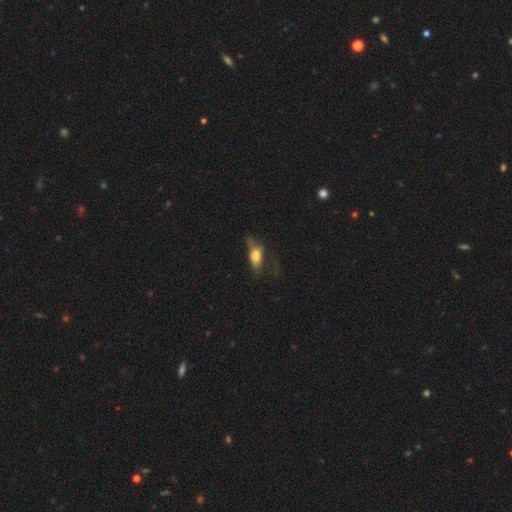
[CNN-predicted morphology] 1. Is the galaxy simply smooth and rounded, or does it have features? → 64% smooth, 26% featured or disk, 10% star or artifact.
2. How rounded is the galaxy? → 75% in between, 16% cigar-shaped, 9% round.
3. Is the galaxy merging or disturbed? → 40% major disturbance, 32% none, 26% minor disturbance, 3% merger.